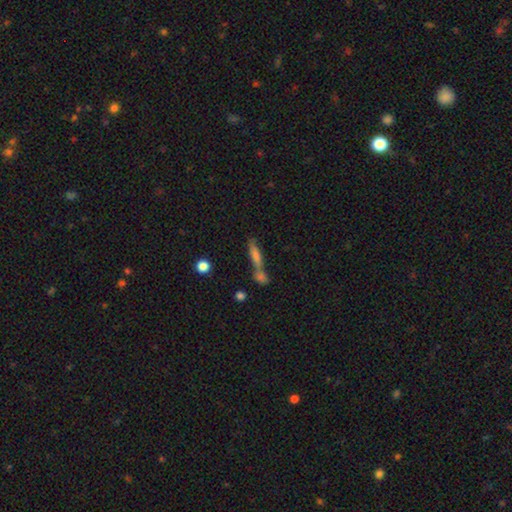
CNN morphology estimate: smooth-or-featured: smooth: 63% | featured or disk: 26% | star or artifact: 12%
  how-rounded: cigar-shaped: 76% | in between: 20% | round: 4%
  merging: merger: 44% | none: 42% | minor disturbance: 9% | major disturbance: 5%